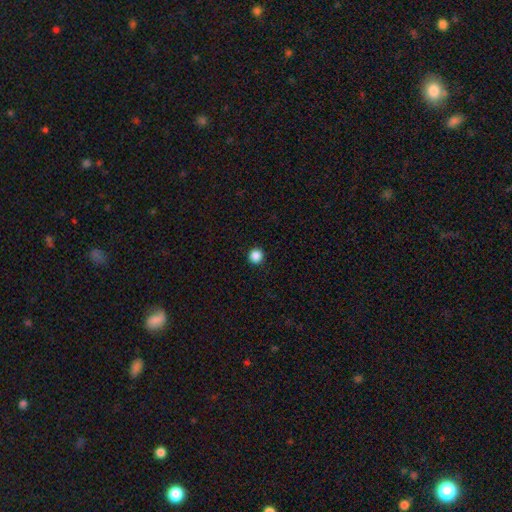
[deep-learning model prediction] A smooth galaxy with no disk features (87%) that is round (97%). Merging: none (94%).